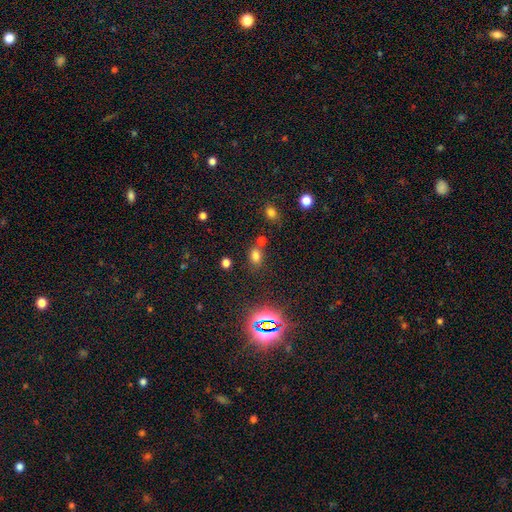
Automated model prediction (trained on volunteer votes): This is likely a smooth galaxy (69%). How rounded: likely in between (67%). Merging: likely none (67%).